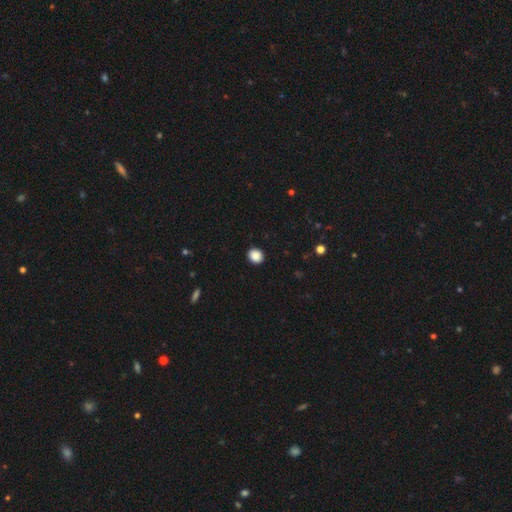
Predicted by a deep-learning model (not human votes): The model was most divided on "how rounded": round: 70%, in between: 29%, cigar-shaped: 1%. More confident: merging — none (92%); smooth or featured — smooth (88%).